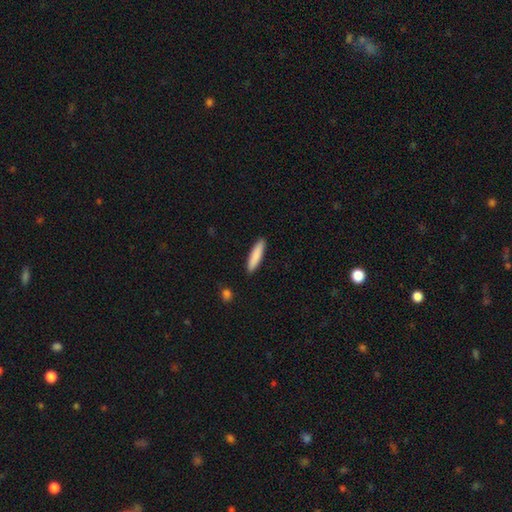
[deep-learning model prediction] Morphology: type=smooth (85%); roundness=cigar-shaped (81%); merging=none (90%).